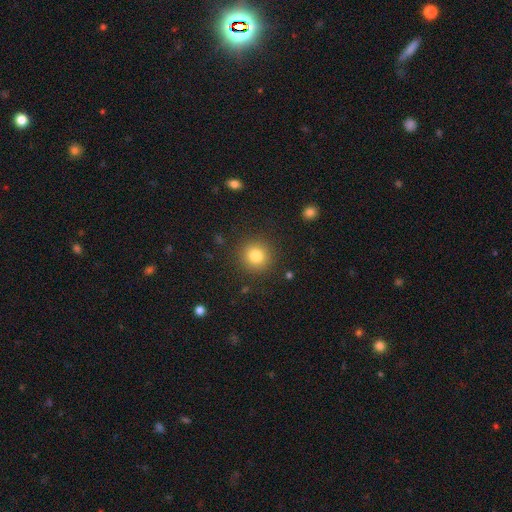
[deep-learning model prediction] Smooth or featured? smooth (81%)
How rounded? round (93%)
Merging? none (89%)